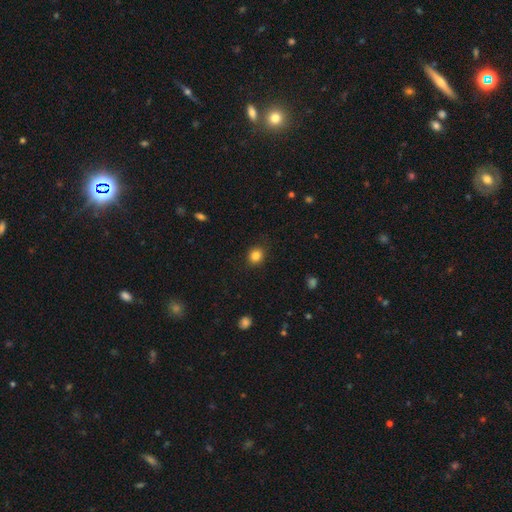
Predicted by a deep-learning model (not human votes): smooth_or_featured: smooth (p=0.84) [alt: star or artifact p=0.11]
how_rounded: round (p=0.76) [alt: in between p=0.23]
merging: none (p=0.88) [alt: minor disturbance p=0.08]